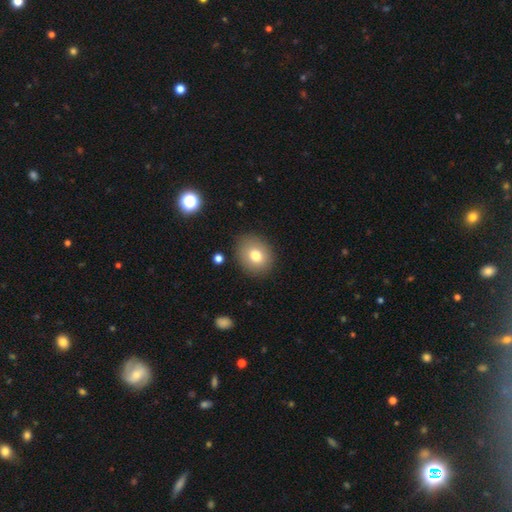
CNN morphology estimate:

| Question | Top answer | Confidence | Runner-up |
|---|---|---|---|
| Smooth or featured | smooth | 78% | featured or disk (13%) |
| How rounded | round | 58% | in between (41%) |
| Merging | none | 86% | minor disturbance (10%) |